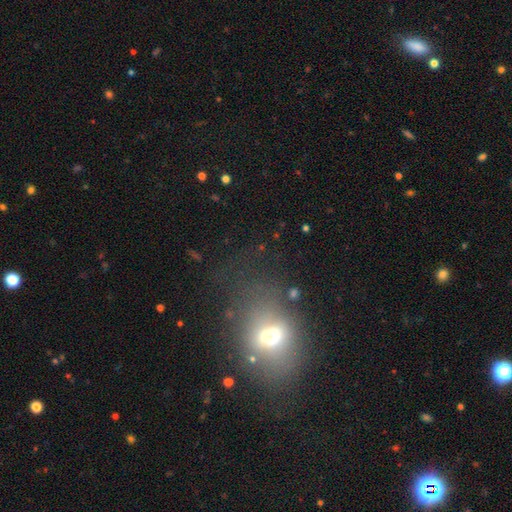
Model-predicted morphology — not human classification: Overall: smooth (53%; star or artifact 28%). How rounded: in between (56%; round 41%). Merging: none (62%).